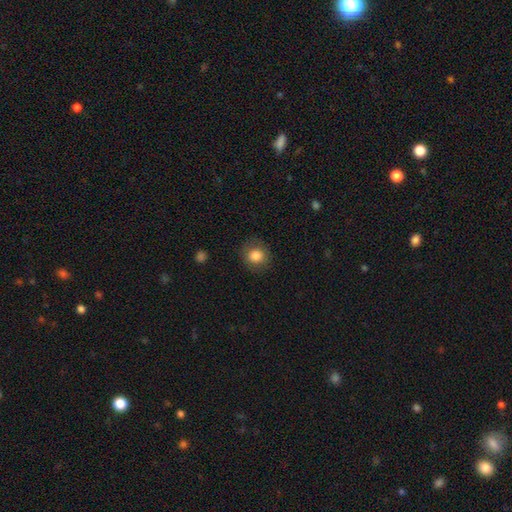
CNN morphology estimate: A smooth galaxy with no disk features (84%) that is round (83%). Merging: none (85%).